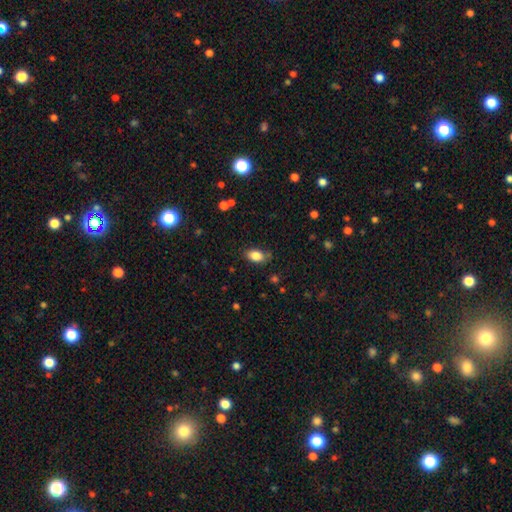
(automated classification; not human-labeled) smooth-or-featured: smooth: 84% | star or artifact: 9% | featured or disk: 7%
  how-rounded: in between: 88% | round: 9% | cigar-shaped: 3%
  merging: none: 79% | minor disturbance: 15% | major disturbance: 3% | merger: 2%